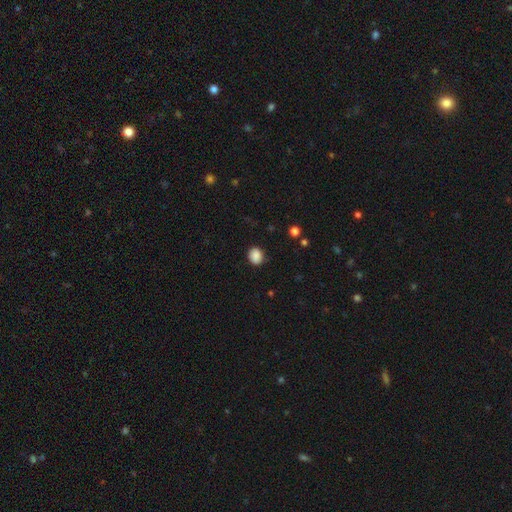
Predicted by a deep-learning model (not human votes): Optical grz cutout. It shows a smooth galaxy with no disk features (87%) that is round (60%). Merging: none (83%).